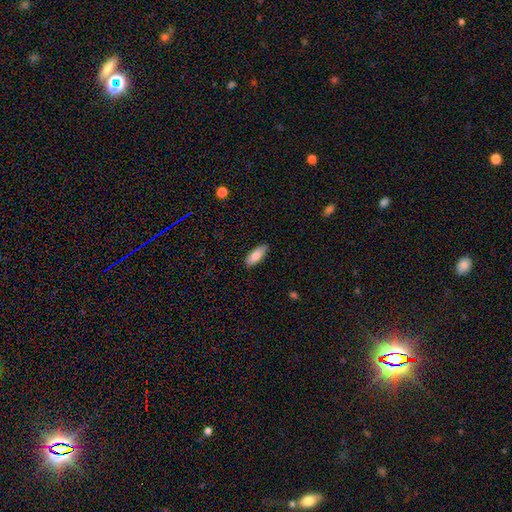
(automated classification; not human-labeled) Overall: smooth (86%). How rounded: in between (77%). Merging: none (86%).